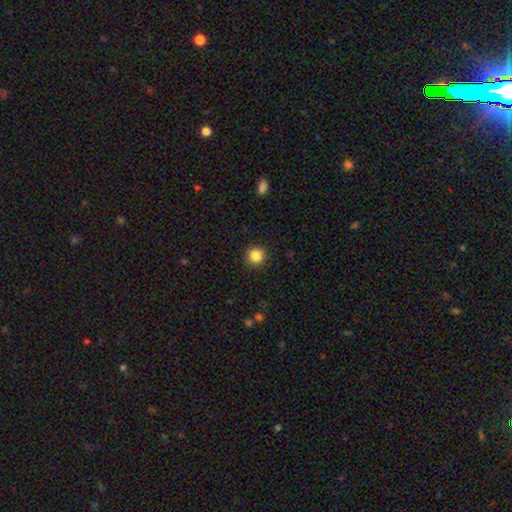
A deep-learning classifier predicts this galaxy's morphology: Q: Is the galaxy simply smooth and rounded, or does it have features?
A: smooth — 85%.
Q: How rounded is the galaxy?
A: round — 94%.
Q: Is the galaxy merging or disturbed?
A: none — 92%.